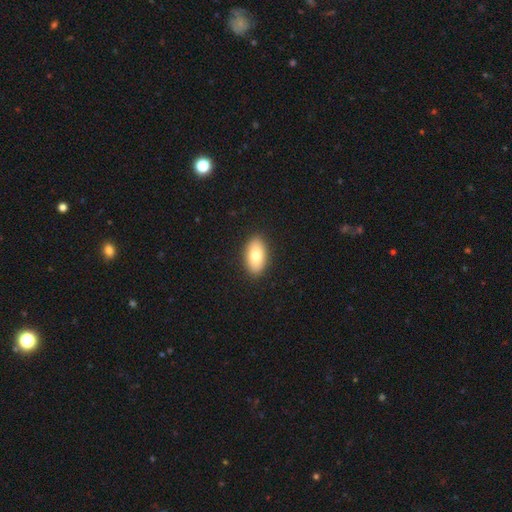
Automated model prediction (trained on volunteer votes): Q: Smooth or featured?
A: smooth (80%); runner-up: featured or disk (14%)
Q: How rounded?
A: in between (93%); runner-up: round (4%)
Q: Merging?
A: none (90%); runner-up: minor disturbance (7%)